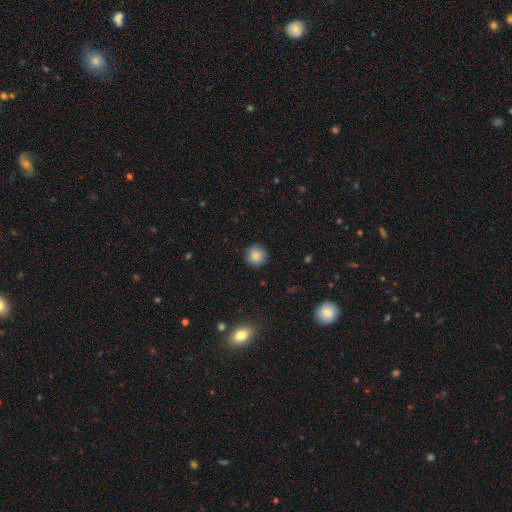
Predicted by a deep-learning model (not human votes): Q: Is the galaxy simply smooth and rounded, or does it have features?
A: smooth — 86%.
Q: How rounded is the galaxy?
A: round — 94%.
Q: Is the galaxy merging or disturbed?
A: none — 90%.